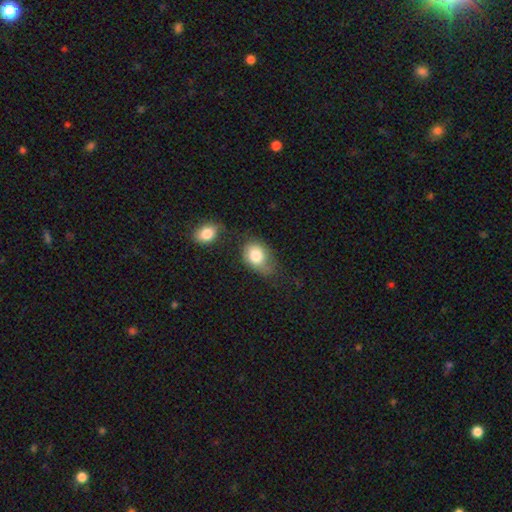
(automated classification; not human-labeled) The model was most divided on "merging": none: 43%, minor disturbance: 31%, major disturbance: 14%, merger: 11%. More confident: smooth or featured — smooth (80%); how rounded — in between (66%).